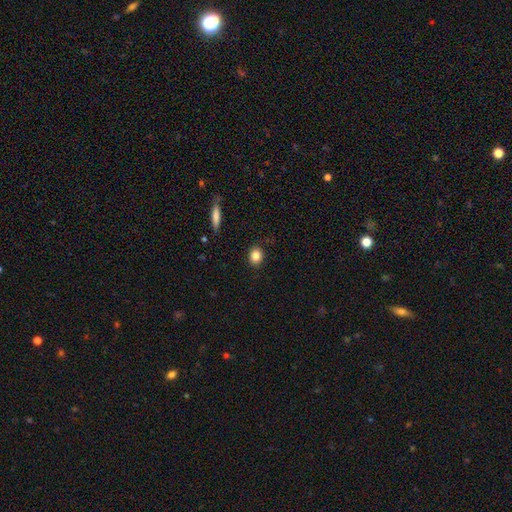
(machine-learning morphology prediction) Q: Smooth or featured?
A: smooth (85%); runner-up: star or artifact (9%)
Q: How rounded?
A: round (58%); runner-up: in between (40%)
Q: Merging?
A: none (88%); runner-up: minor disturbance (8%)